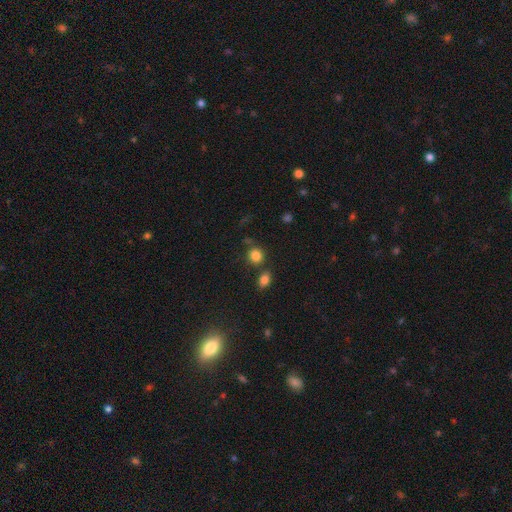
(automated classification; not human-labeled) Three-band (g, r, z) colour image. It shows a smooth galaxy with no disk features (83%) that is round (80%). Merging: none (69%).